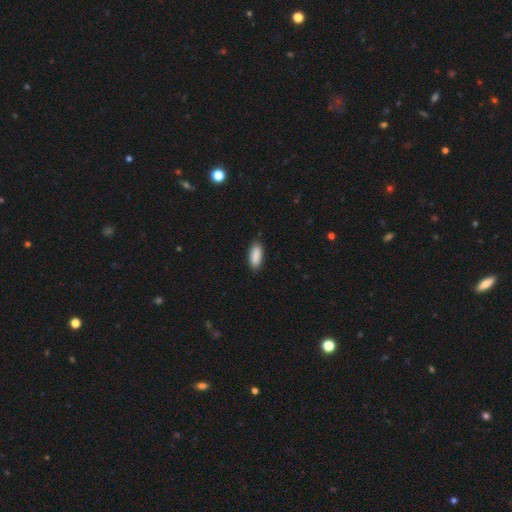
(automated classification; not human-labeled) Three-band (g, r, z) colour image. It shows a smooth galaxy with no disk features (90%) that is in between round and cigar-shaped (75%). Merging: none (87%).